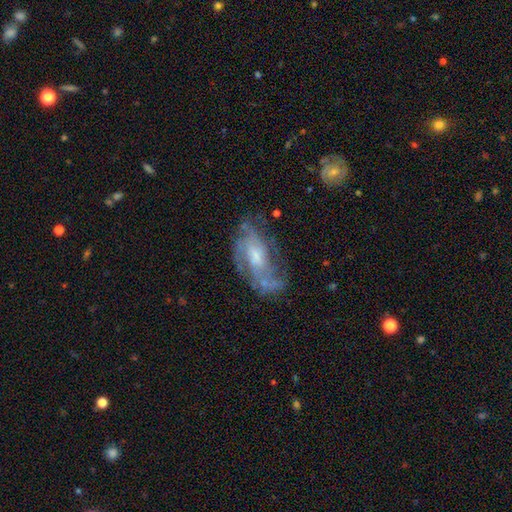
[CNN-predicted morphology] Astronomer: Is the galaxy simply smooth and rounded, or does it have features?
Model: featured or disk — 77%.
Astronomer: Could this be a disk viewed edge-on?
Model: no — 93%.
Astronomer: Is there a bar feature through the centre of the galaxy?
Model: no — 57% (runner-up: weak, 36%).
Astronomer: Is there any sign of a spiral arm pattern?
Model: yes — 85%.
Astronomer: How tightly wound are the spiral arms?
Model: medium — 43% (runner-up: tight, 33%).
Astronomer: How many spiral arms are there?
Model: can't tell — 34% (runner-up: 2, 30%).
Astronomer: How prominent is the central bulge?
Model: moderate — 44% (runner-up: small, 39%).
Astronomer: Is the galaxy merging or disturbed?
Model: none — 56%.